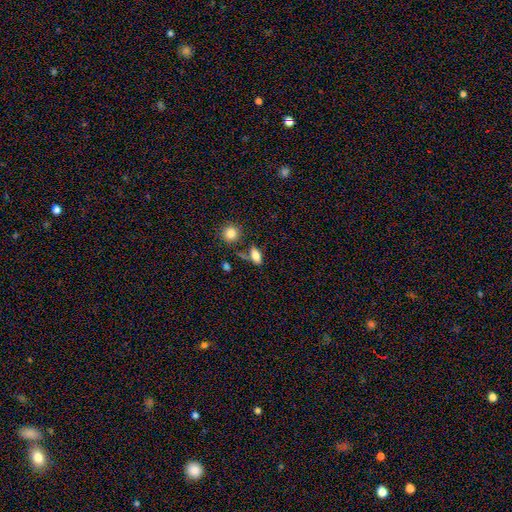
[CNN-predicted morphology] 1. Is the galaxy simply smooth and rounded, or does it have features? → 77% smooth, 13% featured or disk, 10% star or artifact.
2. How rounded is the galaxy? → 77% in between, 14% cigar-shaped, 9% round.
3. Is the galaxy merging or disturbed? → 68% none, 15% minor disturbance, 12% merger, 5% major disturbance.